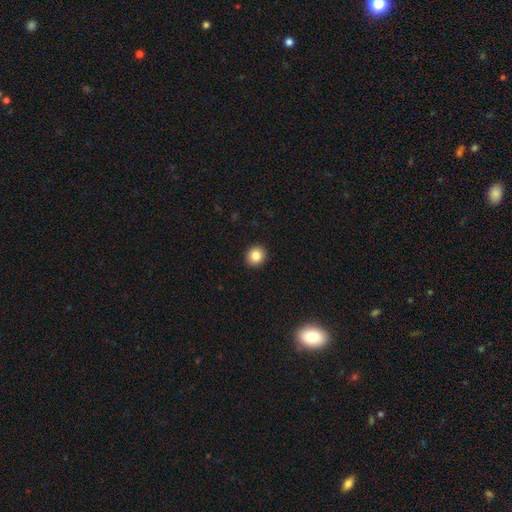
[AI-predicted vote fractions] Overall: smooth (84%). How rounded: round (88%). Merging: none (93%).